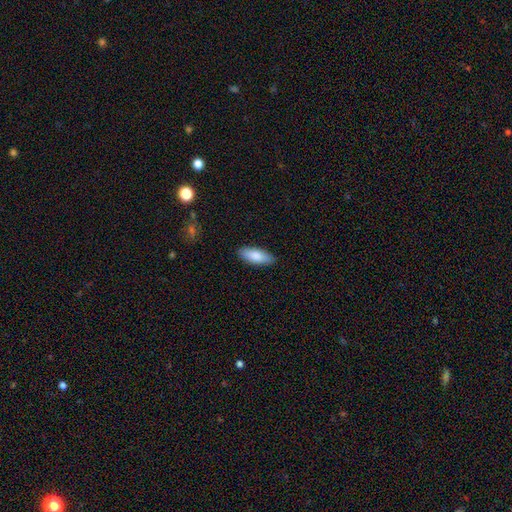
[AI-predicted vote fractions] smooth-or-featured: smooth: 85% | featured or disk: 10% | star or artifact: 6%
  how-rounded: in between: 74% | cigar-shaped: 24% | round: 2%
  merging: none: 88% | minor disturbance: 9% | major disturbance: 2% | merger: 1%